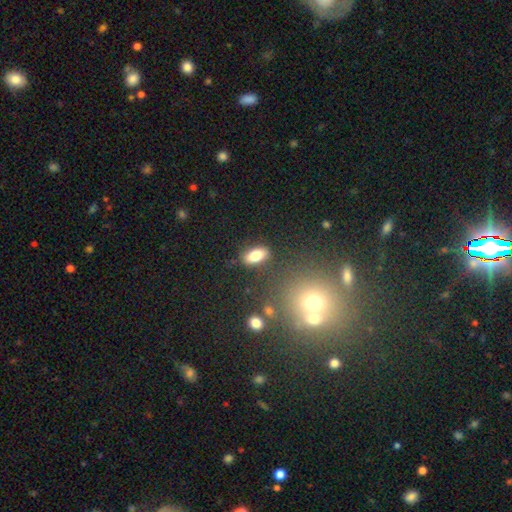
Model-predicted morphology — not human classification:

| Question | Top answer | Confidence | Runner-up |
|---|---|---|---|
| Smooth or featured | smooth | 80% | featured or disk (12%) |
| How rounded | in between | 86% | cigar-shaped (8%) |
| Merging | none | 84% | minor disturbance (10%) |